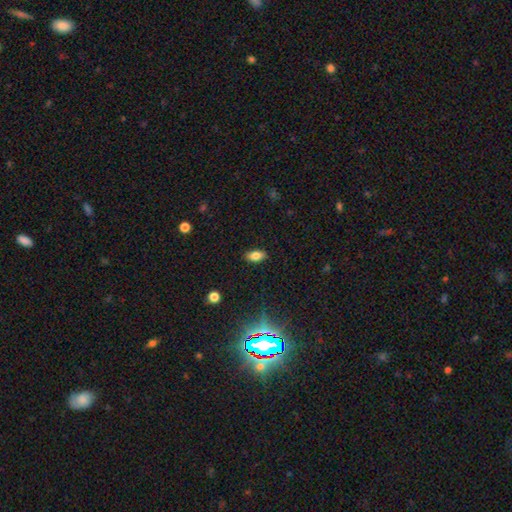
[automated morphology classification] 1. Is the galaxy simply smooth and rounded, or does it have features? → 79% smooth, 11% star or artifact, 9% featured or disk.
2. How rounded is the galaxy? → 89% in between, 6% cigar-shaped, 5% round.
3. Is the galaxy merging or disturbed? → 88% none, 9% minor disturbance, 2% major disturbance, 1% merger.